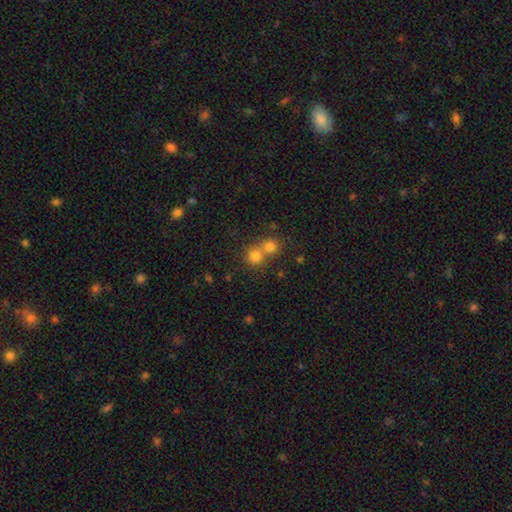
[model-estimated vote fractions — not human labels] smooth-or-featured: smooth: 76% | star or artifact: 14% | featured or disk: 10%
  how-rounded: round: 86% | in between: 13% | cigar-shaped: 1%
  merging: merger: 52% | none: 41% | minor disturbance: 5% | major disturbance: 2%